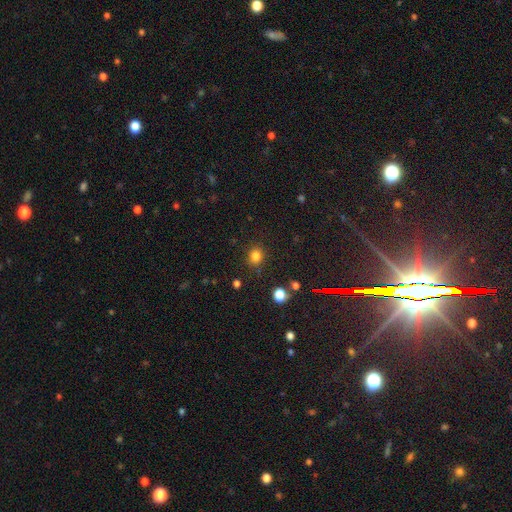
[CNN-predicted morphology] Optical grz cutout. It shows a smooth galaxy with no disk features (81%) that is round (75%). Merging: none (84%).